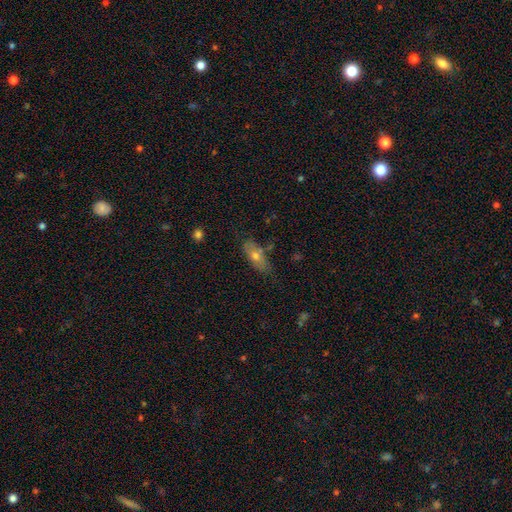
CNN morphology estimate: type=smooth (61%); roundness=in between (72%); merging=none (67%).